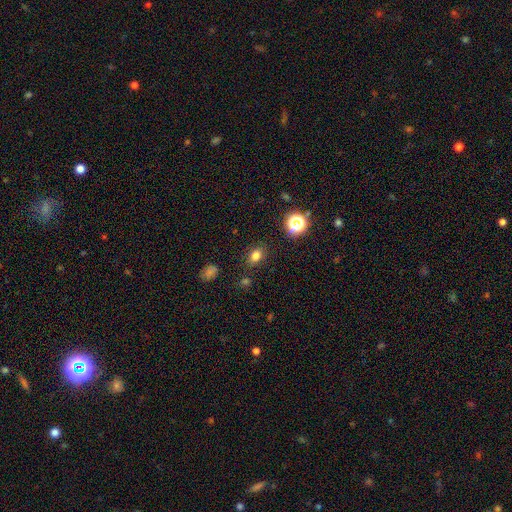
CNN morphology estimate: Smooth or featured? Predicted: smooth (p=0.78). How rounded? Predicted: in between (p=0.66). Merging? Predicted: none (p=0.84).